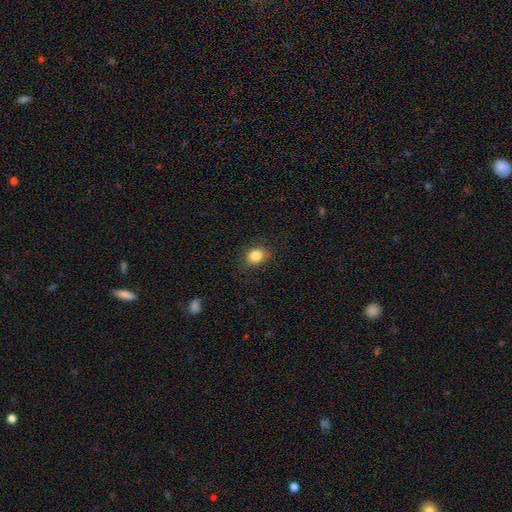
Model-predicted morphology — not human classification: This appears to be a smooth galaxy with no disk features (85%) that is round (53%). Merging: none (86%).